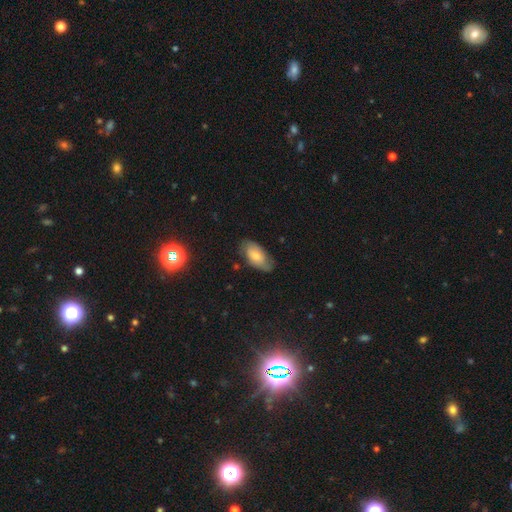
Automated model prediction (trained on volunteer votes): smooth_or_featured: smooth (p=0.64) [alt: featured or disk p=0.29]
how_rounded: in between (p=0.92) [alt: cigar-shaped p=0.05]
merging: none (p=0.69) [alt: minor disturbance p=0.24]